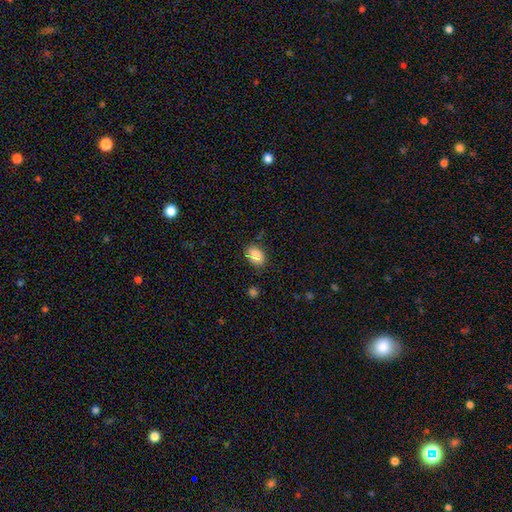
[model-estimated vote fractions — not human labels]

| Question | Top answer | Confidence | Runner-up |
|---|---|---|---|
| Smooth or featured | smooth | 87% | star or artifact (8%) |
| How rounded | in between | 82% | round (17%) |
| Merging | none | 79% | minor disturbance (15%) |